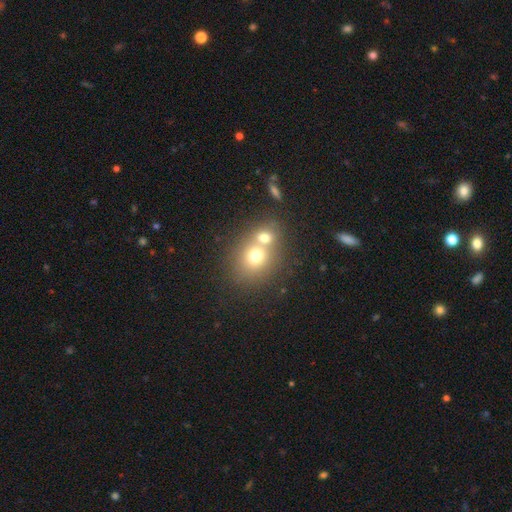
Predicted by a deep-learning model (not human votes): smooth 70%, featured or disk 18%, star or artifact 13%. Down the decision tree: how rounded — round (69%); merging — merger (60%).